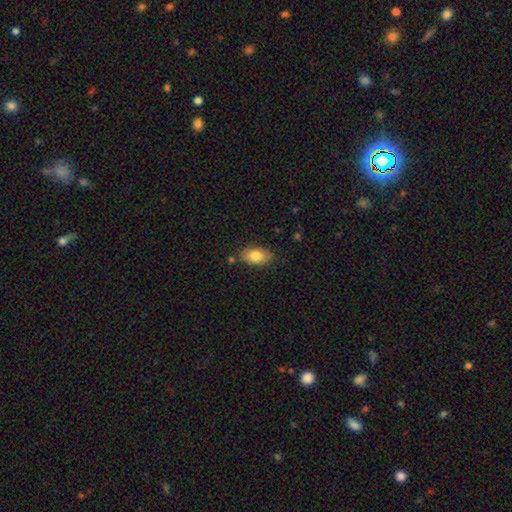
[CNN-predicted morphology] Q: Smooth or featured?
A: smooth (81%); runner-up: featured or disk (12%)
Q: How rounded?
A: in between (91%); runner-up: round (7%)
Q: Merging?
A: none (81%); runner-up: minor disturbance (13%)